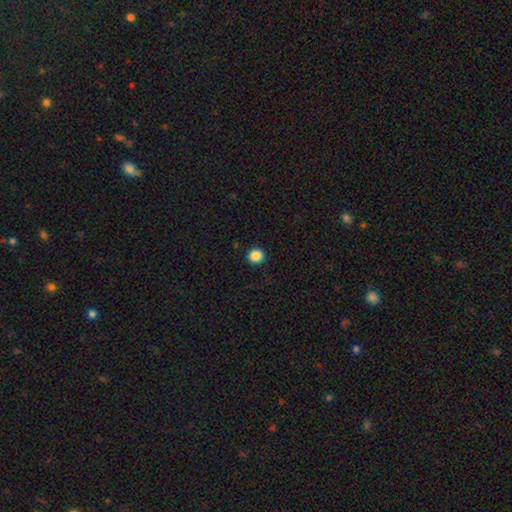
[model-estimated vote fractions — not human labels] Overall: smooth (87%). How rounded: round (91%). Merging: none (93%).